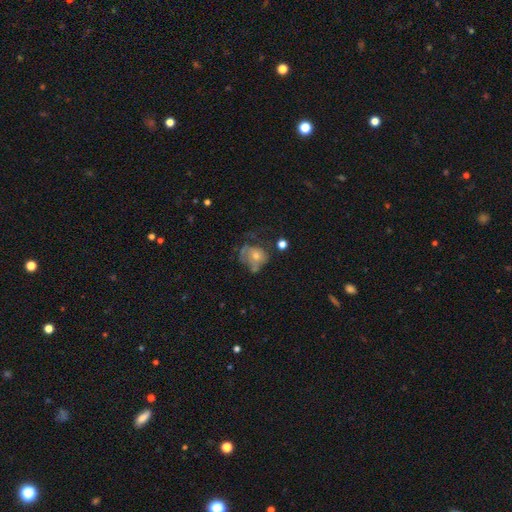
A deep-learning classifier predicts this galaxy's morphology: Smooth or featured? Predicted: featured or disk (p=0.49). Merging? Predicted: none (p=0.39).